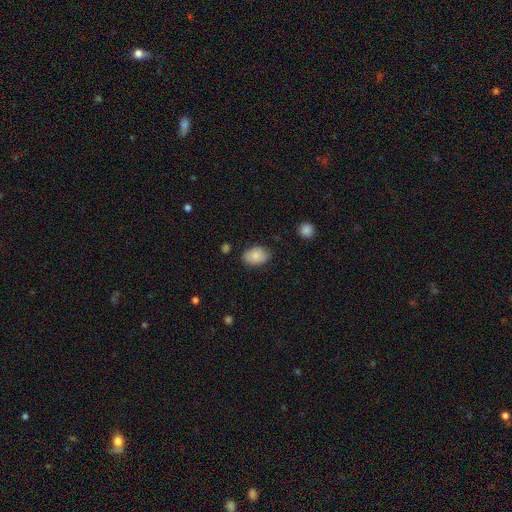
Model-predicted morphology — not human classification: The model was most divided on "merging": none: 80%, minor disturbance: 16%, major disturbance: 3%, merger: 2%. More confident: smooth or featured — smooth (84%); how rounded — in between (83%).